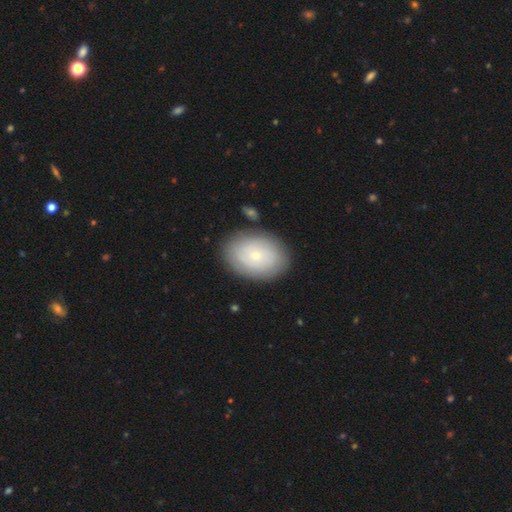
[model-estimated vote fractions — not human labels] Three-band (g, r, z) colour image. It shows a smooth galaxy with no disk features (60%) that is in between round and cigar-shaped (77%). Merging: none (83%).